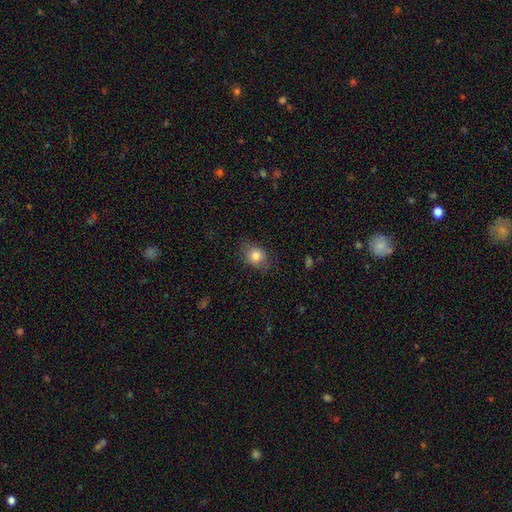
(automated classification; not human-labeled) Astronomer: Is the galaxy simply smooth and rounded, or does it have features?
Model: smooth — 82%.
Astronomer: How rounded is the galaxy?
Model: round — 53% (runner-up: in between, 46%).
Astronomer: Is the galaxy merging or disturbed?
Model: none — 75%.